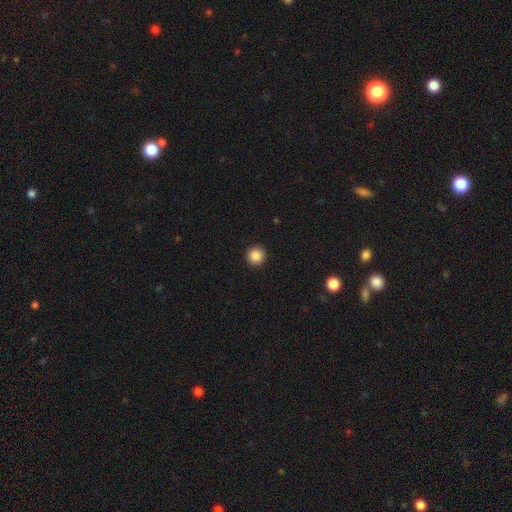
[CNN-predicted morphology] This appears to be a smooth galaxy with no disk features (88%) that is round (94%). Merging: none (93%).